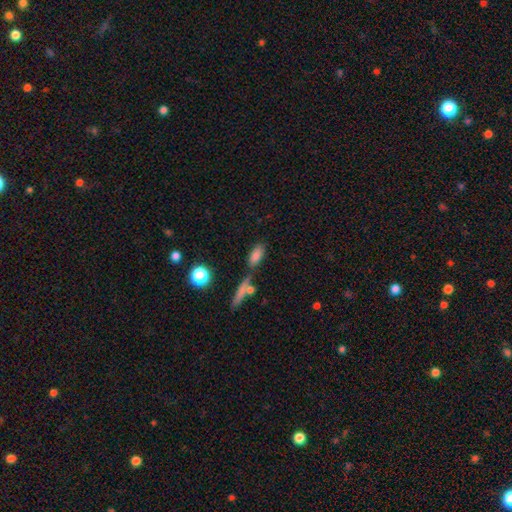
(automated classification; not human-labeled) Q: Smooth or featured?
A: smooth (78%); runner-up: featured or disk (11%)
Q: How rounded?
A: in between (76%); runner-up: cigar-shaped (18%)
Q: Merging?
A: none (60%); runner-up: merger (19%)